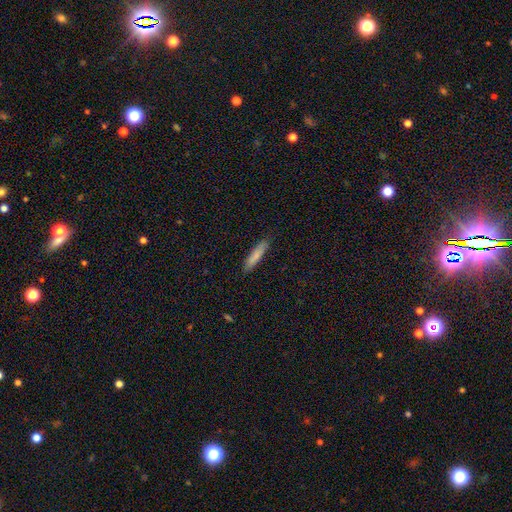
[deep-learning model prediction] The model was most divided on "smooth or featured": smooth: 81%, featured or disk: 13%, star or artifact: 6%. More confident: merging — none (88%); how rounded — cigar-shaped (86%).